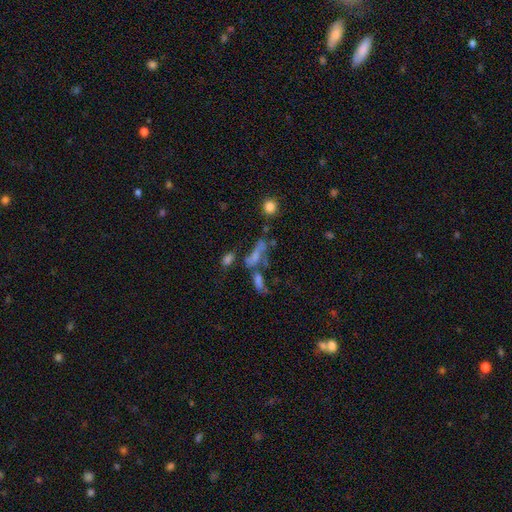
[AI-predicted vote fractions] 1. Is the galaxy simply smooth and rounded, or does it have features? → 40% smooth, 39% featured or disk, 21% star or artifact.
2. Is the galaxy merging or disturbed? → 37% merger, 28% none, 21% major disturbance, 13% minor disturbance.